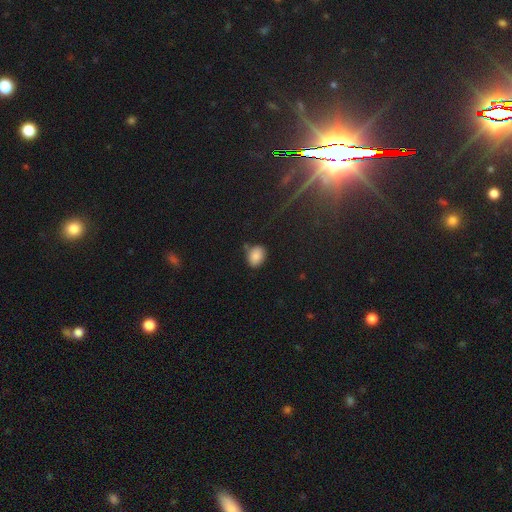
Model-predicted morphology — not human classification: A smooth galaxy with no disk features (86%) that is in between round and cigar-shaped (68%).

Vote fractions:
- Smooth or featured? smooth: 86% / star or artifact: 9% / featured or disk: 5%
- How rounded? in between: 68% / round: 31% / cigar-shaped: 1%
- Merging? none: 73% / minor disturbance: 19% / merger: 4% / major disturbance: 4%